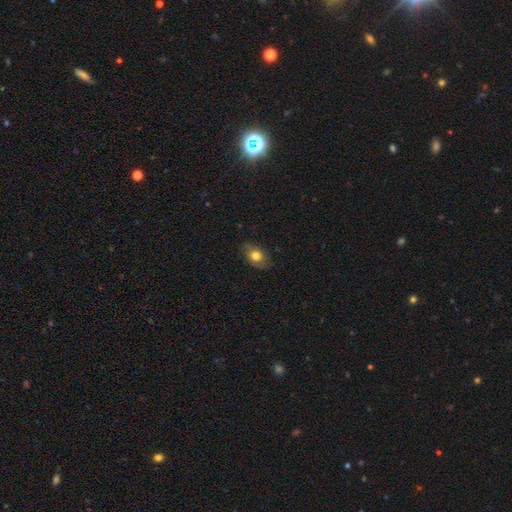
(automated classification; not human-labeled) Smooth or featured: smooth — 68% (featured or disk — 23%)
How rounded: in between — 77% (round — 21%)
Merging: none — 78% (minor disturbance — 17%)